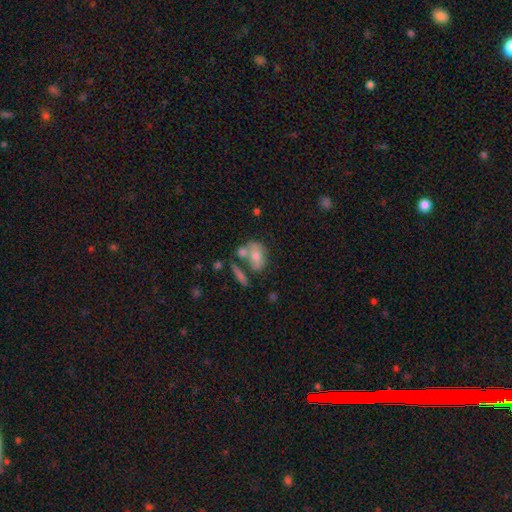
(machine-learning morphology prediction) A smooth galaxy with no disk features (65%) that is in between round and cigar-shaped (74%).

Vote fractions:
- Smooth or featured? smooth: 65% / featured or disk: 26% / star or artifact: 8%
- How rounded? in between: 74% / round: 22% / cigar-shaped: 4%
- Merging? none: 38% / merger: 35% / minor disturbance: 17% / major disturbance: 9%